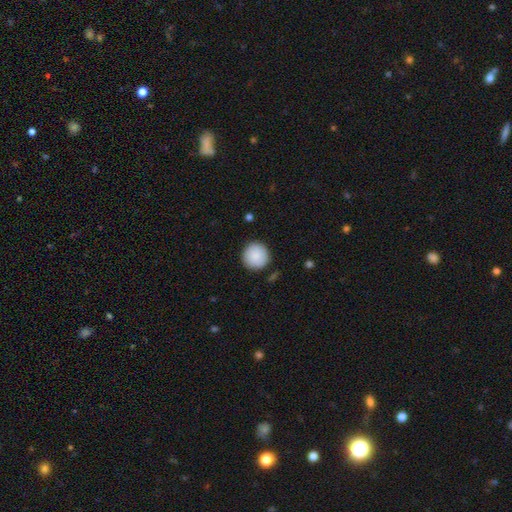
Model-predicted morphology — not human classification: Smooth or featured: smooth — 89% (star or artifact — 6%)
How rounded: round — 95% (in between — 4%)
Merging: none — 90% (minor disturbance — 7%)